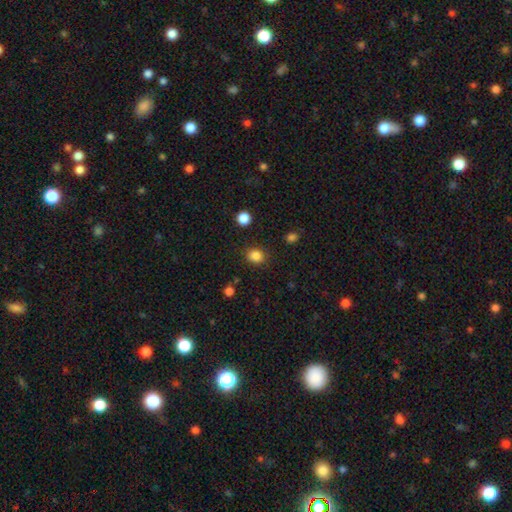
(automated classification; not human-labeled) Smooth or featured?
  - smooth: 85% *
  - star or artifact: 11%
  - featured or disk: 4%
How rounded?
  - round: 69% *
  - in between: 30%
  - cigar-shaped: 1%
Merging?
  - none: 86% *
  - minor disturbance: 8%
  - major disturbance: 3%
  - merger: 2%